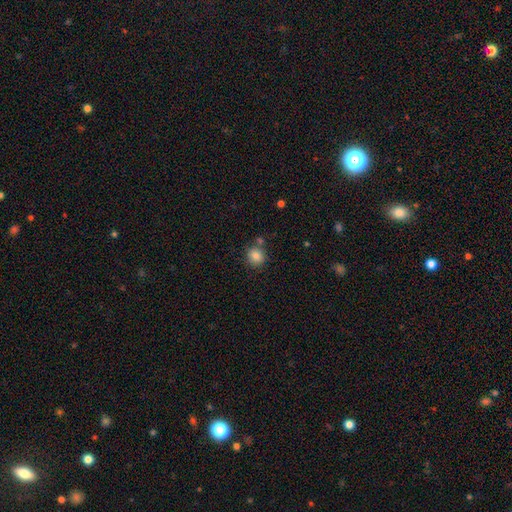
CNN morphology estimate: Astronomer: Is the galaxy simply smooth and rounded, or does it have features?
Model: smooth — 84%.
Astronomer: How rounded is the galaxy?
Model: round — 83%.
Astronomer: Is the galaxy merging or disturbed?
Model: none — 74%.